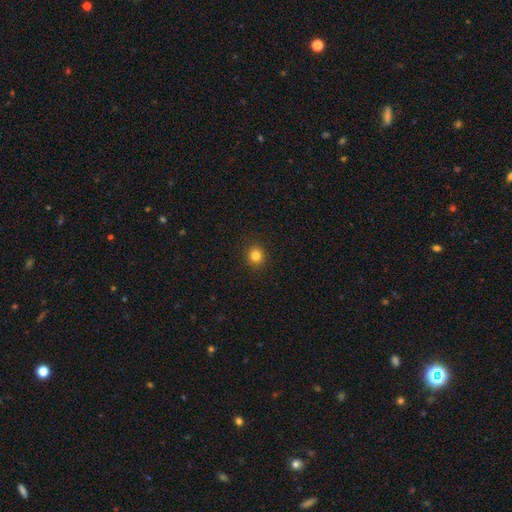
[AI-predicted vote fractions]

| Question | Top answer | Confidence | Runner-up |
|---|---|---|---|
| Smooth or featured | smooth | 82% | star or artifact (12%) |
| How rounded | round | 88% | in between (11%) |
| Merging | none | 92% | minor disturbance (5%) |